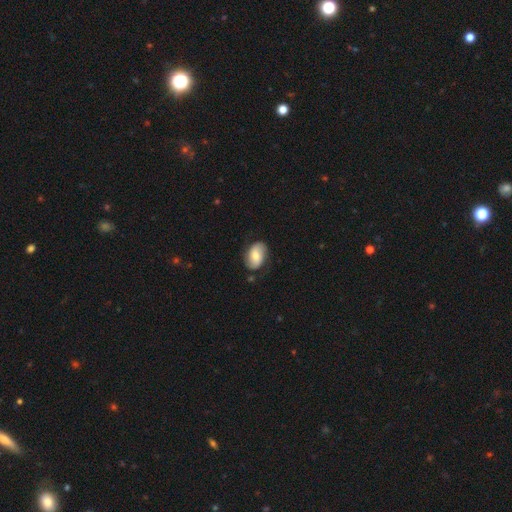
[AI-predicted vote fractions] Smooth or featured? smooth (52%)
How rounded? in between (87%)
Merging? none (72%)